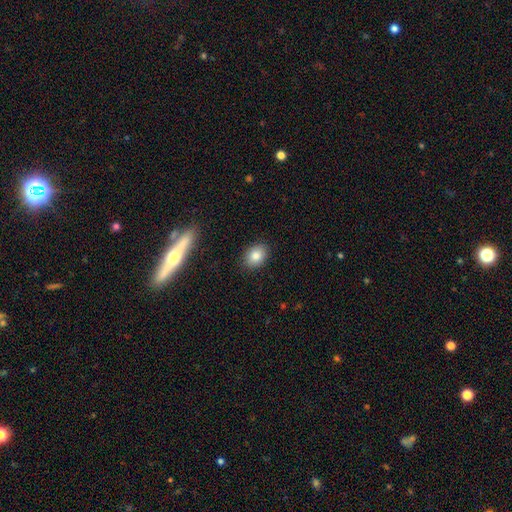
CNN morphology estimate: Overall: smooth (83%). How rounded: in between (68%; round 31%). Merging: none (88%).